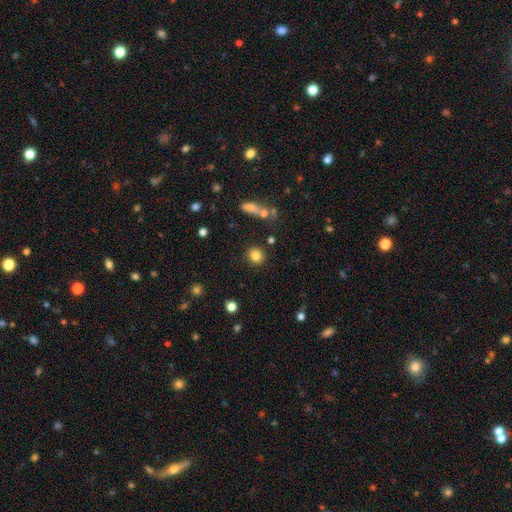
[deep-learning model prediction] Smooth or featured?
  - smooth: 82% *
  - star or artifact: 11%
  - featured or disk: 7%
How rounded?
  - round: 86% *
  - in between: 13%
  - cigar-shaped: 1%
Merging?
  - none: 86% *
  - minor disturbance: 8%
  - merger: 4%
  - major disturbance: 3%